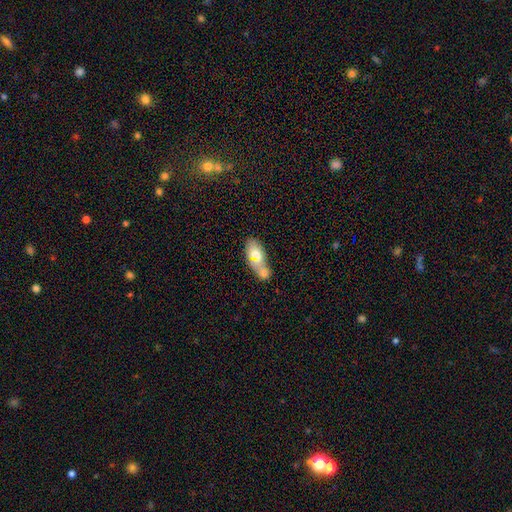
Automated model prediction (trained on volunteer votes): Q: Smooth or featured?
A: smooth (69%); runner-up: featured or disk (23%)
Q: How rounded?
A: in between (85%); runner-up: cigar-shaped (9%)
Q: Merging?
A: merger (53%); runner-up: none (28%)